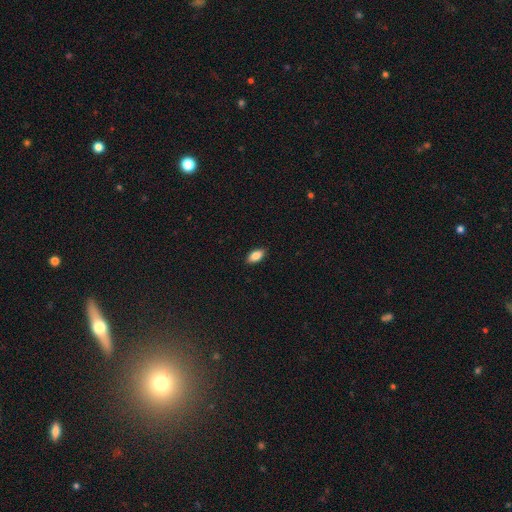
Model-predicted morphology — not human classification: A smooth galaxy with no disk features (85%) that is in between round and cigar-shaped (91%).

Vote fractions:
- Smooth or featured? smooth: 85% / featured or disk: 8% / star or artifact: 7%
- How rounded? in between: 91% / cigar-shaped: 5% / round: 4%
- Merging? none: 89% / minor disturbance: 9% / major disturbance: 2% / merger: 1%